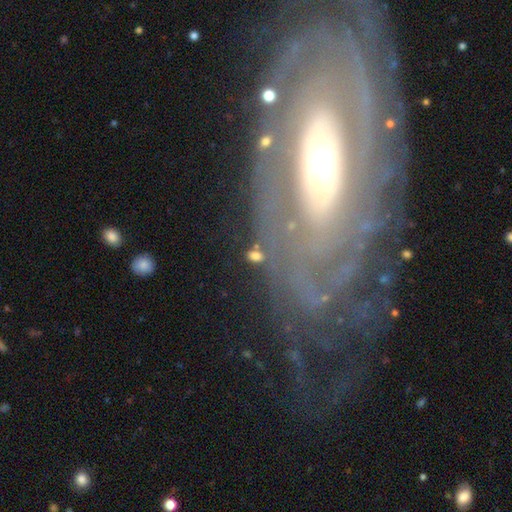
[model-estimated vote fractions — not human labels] Morphology: type=smooth (67%); roundness=in between (75%); merging=none (72%).